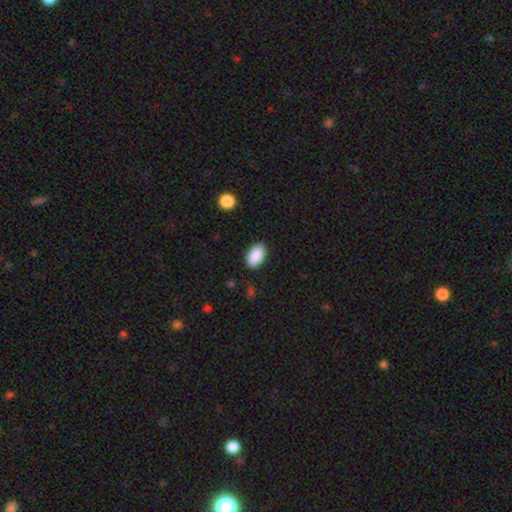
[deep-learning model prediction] This appears to be a smooth galaxy with no disk features (90%) that is in between round and cigar-shaped (94%). Merging: none (87%).